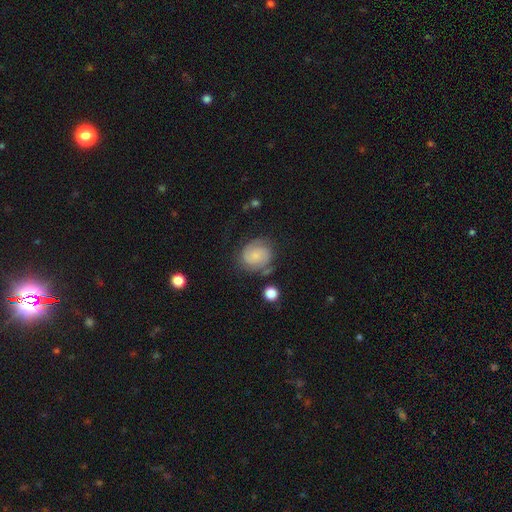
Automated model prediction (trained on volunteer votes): Morphology: type=featured or disk (60%); edge-on=no (98%); bar=no (72%); spiral arms=yes (91%); winding=tight (51%); arm count=2 (66%); bulge=small (61%); merging=none (65%).